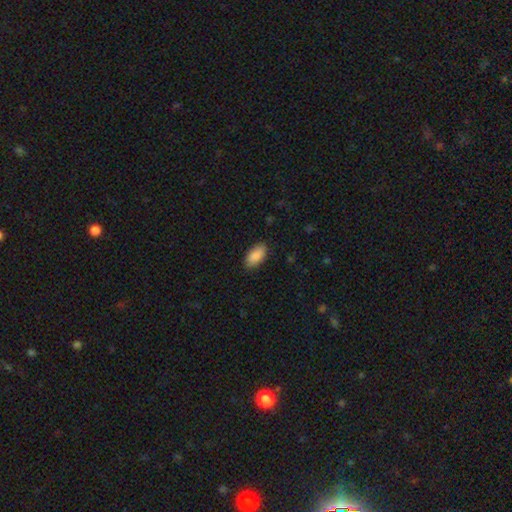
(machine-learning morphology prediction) smooth 90%, star or artifact 6%, featured or disk 4%. Down the decision tree: how rounded — in between (93%); merging — none (87%).